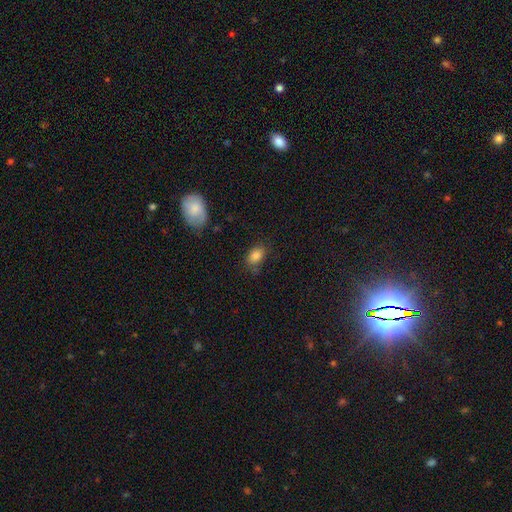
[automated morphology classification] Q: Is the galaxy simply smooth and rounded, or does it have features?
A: smooth — 85%.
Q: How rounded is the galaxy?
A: in between — 80%.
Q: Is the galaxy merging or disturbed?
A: none — 70%.